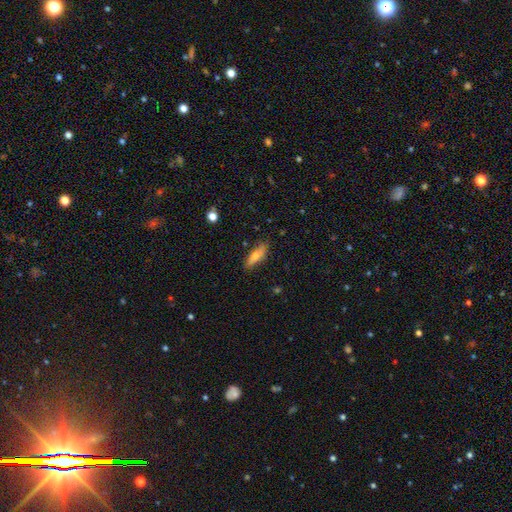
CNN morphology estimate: smooth 61%, featured or disk 32%, star or artifact 7%. Down the decision tree: how rounded — cigar-shaped (61%); merging — none (84%).